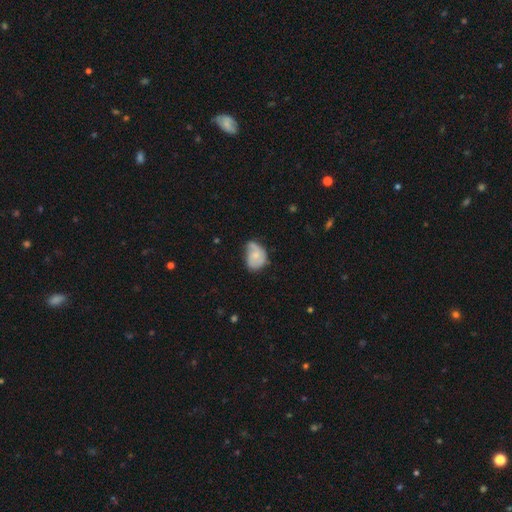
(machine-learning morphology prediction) Overall: featured or disk (47%; smooth 46%). Merging: minor disturbance (41%; none 35%).